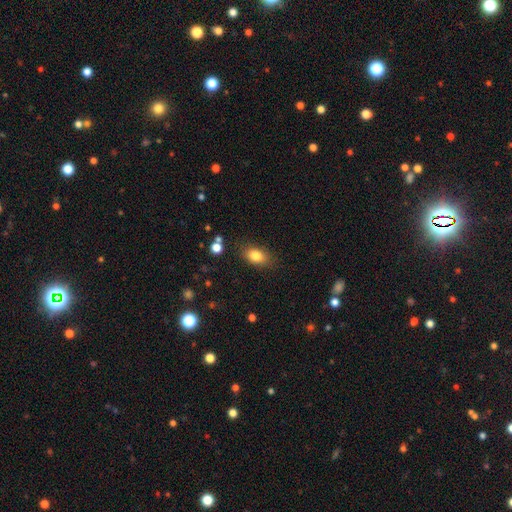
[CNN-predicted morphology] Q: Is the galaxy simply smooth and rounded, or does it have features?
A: smooth — 82%.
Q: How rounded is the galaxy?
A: in between — 83%.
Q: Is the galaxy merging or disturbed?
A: none — 82%.